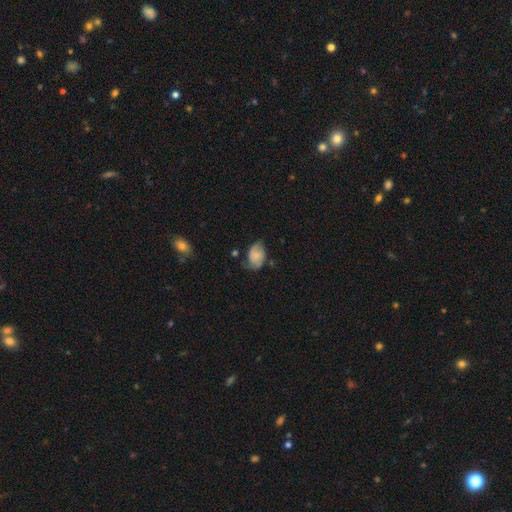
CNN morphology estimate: The model was most divided on "merging": none: 50%, minor disturbance: 35%, major disturbance: 12%, merger: 3%. More confident: how rounded — in between (83%); smooth or featured — smooth (57%).